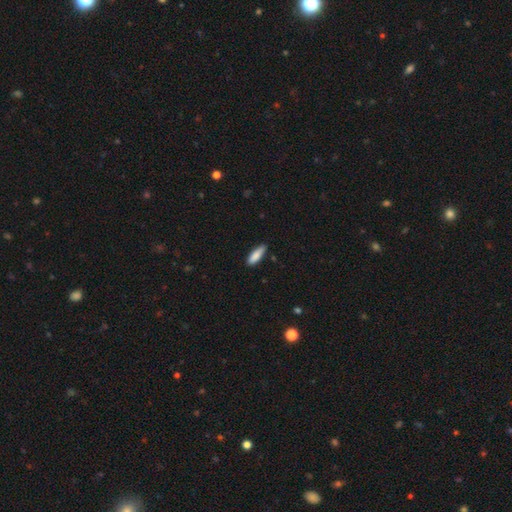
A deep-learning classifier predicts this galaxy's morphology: Smooth or featured?
  - smooth: 86% *
  - featured or disk: 9%
  - star or artifact: 6%
How rounded?
  - cigar-shaped: 50% *
  - in between: 48%
  - round: 2%
Merging?
  - none: 84% *
  - minor disturbance: 13%
  - major disturbance: 2%
  - merger: 1%